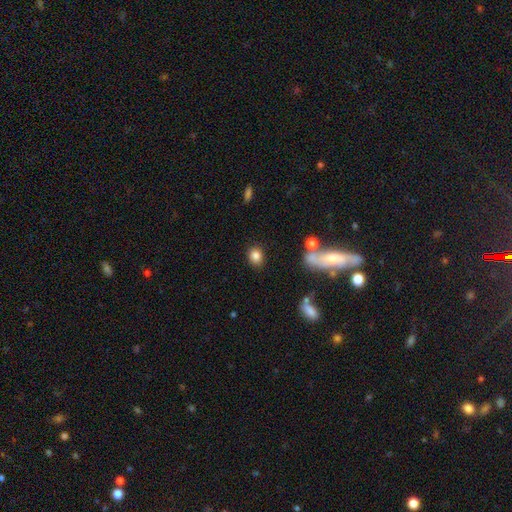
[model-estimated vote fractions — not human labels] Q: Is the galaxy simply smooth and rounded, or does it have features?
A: smooth — 83%.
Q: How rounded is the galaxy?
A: round — 54%.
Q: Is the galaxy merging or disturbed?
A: none — 81%.